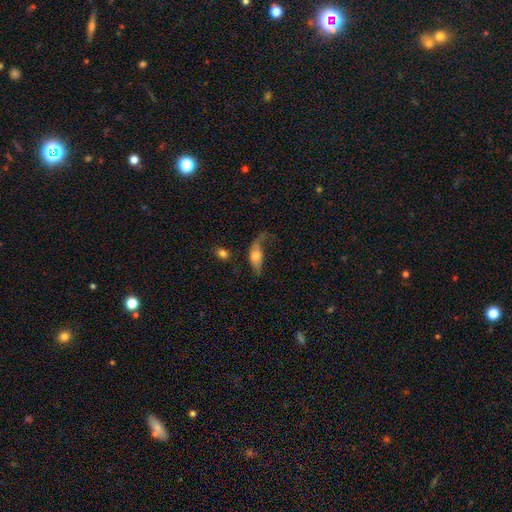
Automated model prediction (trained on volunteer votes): smooth 50%, featured or disk 41%, star or artifact 9%. Down the decision tree: how rounded — in between (79%); merging — major disturbance (50%).